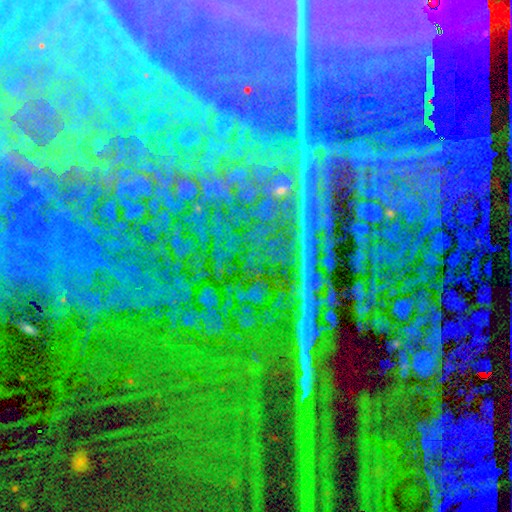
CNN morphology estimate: Smooth or featured?
  - star or artifact: 86% *
  - featured or disk: 7%
  - smooth: 6%